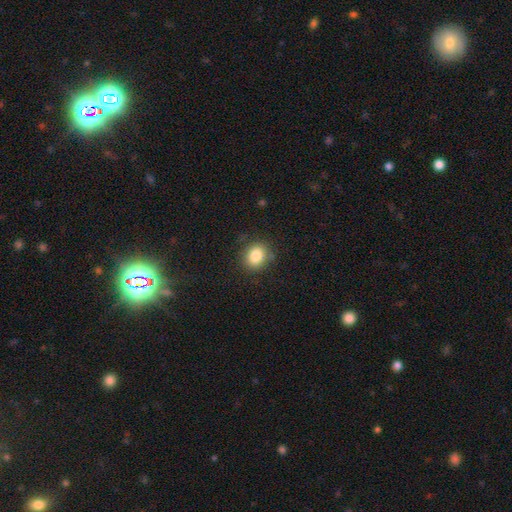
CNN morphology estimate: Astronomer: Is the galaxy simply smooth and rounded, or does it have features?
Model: smooth — 84%.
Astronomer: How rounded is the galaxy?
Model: round — 56% (runner-up: in between, 44%).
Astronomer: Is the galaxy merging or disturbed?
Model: none — 83%.